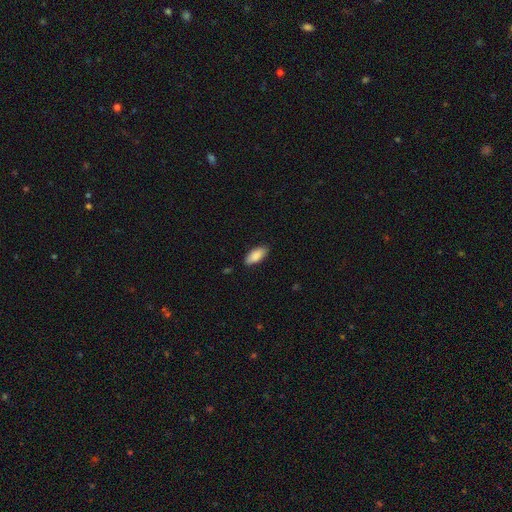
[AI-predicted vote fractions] The model was most divided on "merging": none: 82%, minor disturbance: 14%, major disturbance: 2%, merger: 1%. More confident: smooth or featured — smooth (87%); how rounded — in between (86%).